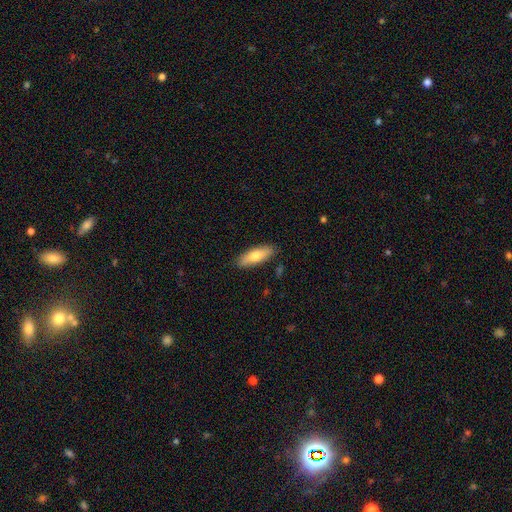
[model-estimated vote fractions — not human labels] The model was most divided on "how rounded": in between: 58%, cigar-shaped: 39%, round: 2%. More confident: merging — none (85%); smooth or featured — smooth (70%).